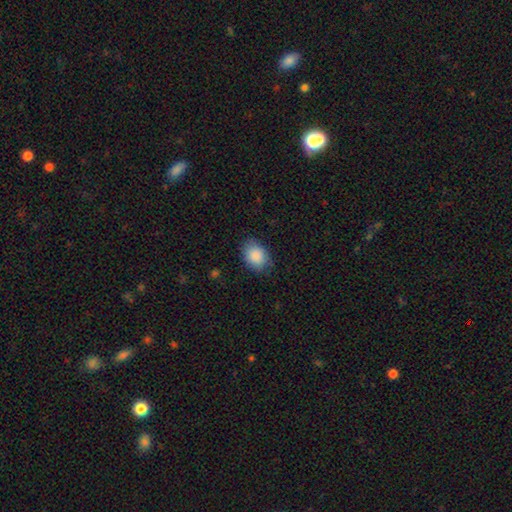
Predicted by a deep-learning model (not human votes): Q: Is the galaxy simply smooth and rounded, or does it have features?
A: smooth — 89%.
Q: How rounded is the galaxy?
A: in between — 72%.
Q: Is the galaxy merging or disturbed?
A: none — 79%.